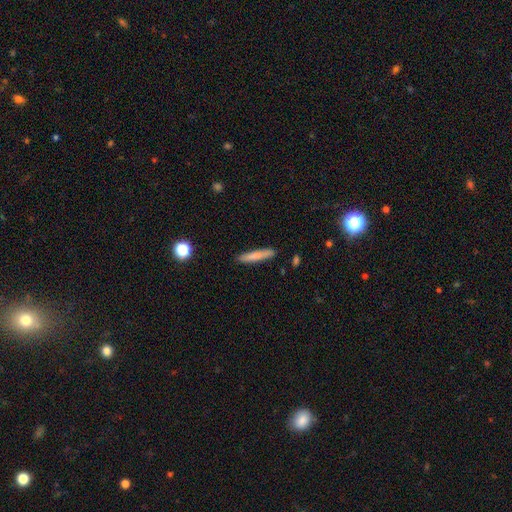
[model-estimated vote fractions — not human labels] This is likely a smooth galaxy (79%). How rounded: clearly cigar-shaped (92%). Merging: clearly none (88%).